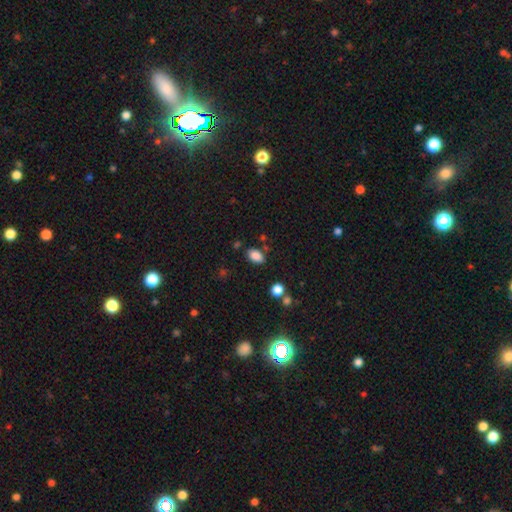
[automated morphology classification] Smooth or featured?
  - smooth: 86% *
  - star or artifact: 9%
  - featured or disk: 5%
How rounded?
  - in between: 86% *
  - round: 12%
  - cigar-shaped: 1%
Merging?
  - none: 80% *
  - minor disturbance: 12%
  - merger: 5%
  - major disturbance: 3%